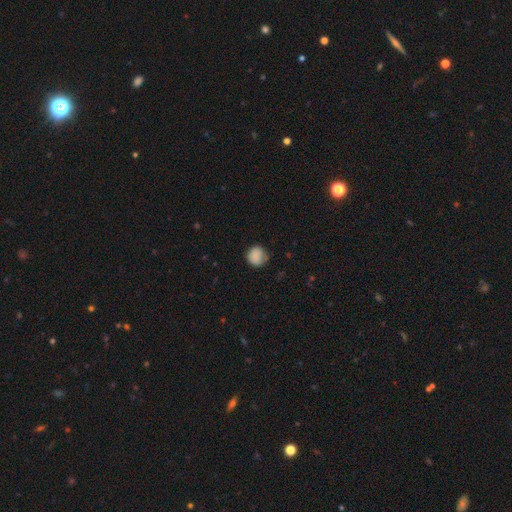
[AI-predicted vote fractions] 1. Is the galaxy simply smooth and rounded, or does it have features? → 86% smooth, 8% star or artifact, 6% featured or disk.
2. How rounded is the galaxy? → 87% round, 12% in between, 1% cigar-shaped.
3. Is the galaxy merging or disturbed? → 73% none, 21% minor disturbance, 5% major disturbance, 1% merger.